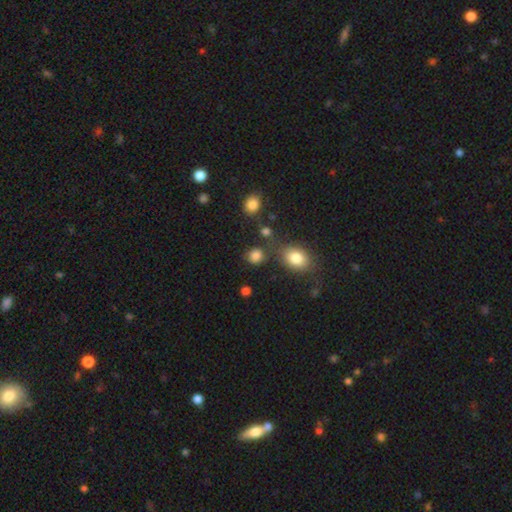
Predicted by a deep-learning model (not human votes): This appears to be a smooth galaxy with no disk features (83%) that is round (74%). Merging: none (70%).